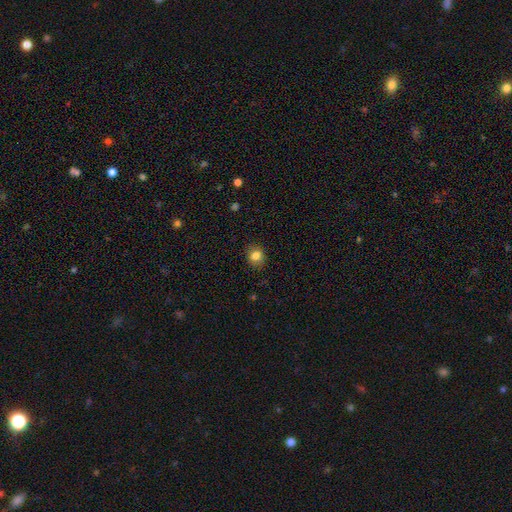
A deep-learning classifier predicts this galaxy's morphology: Overall: smooth (81%). How rounded: round (63%; in between 36%). Merging: none (86%).